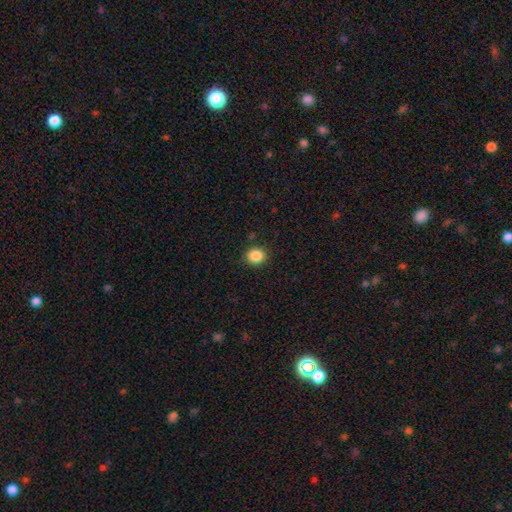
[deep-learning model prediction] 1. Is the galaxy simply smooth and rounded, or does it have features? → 87% smooth, 10% star or artifact, 3% featured or disk.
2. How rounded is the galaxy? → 77% round, 22% in between, 1% cigar-shaped.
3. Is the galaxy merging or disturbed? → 88% none, 8% minor disturbance, 2% major disturbance, 1% merger.